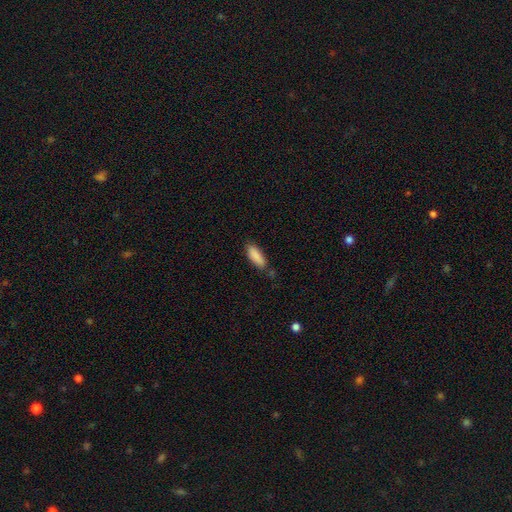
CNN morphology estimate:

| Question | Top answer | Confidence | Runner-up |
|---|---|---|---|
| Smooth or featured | smooth | 88% | star or artifact (6%) |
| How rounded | in between | 60% | cigar-shaped (38%) |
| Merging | none | 75% | minor disturbance (18%) |